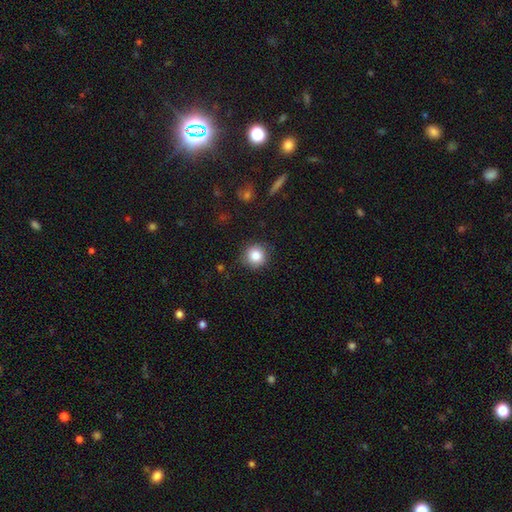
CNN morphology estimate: Smooth or featured? Predicted: smooth (p=0.84). How rounded? Predicted: round (p=0.93). Merging? Predicted: none (p=0.85).